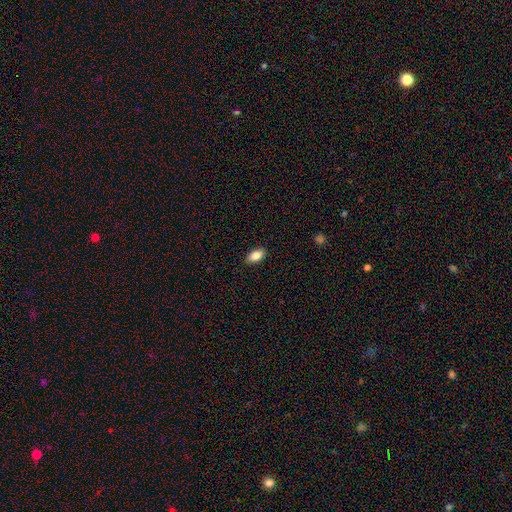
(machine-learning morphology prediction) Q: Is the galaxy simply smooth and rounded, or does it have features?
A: smooth — 85%.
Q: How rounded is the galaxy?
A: in between — 91%.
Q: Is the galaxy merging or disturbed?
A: none — 89%.